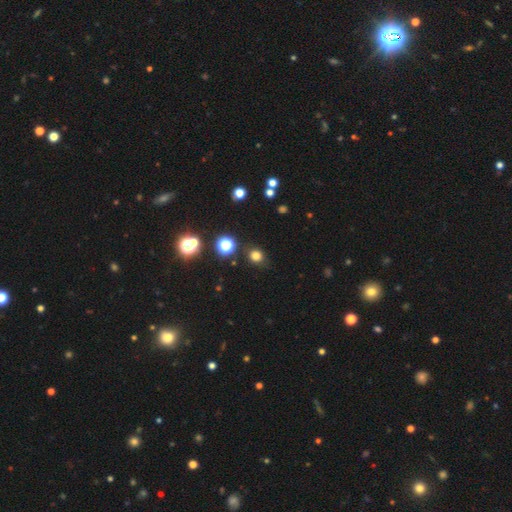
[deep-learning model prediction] Smooth or featured? smooth (75%)
How rounded? round (81%)
Merging? none (86%)